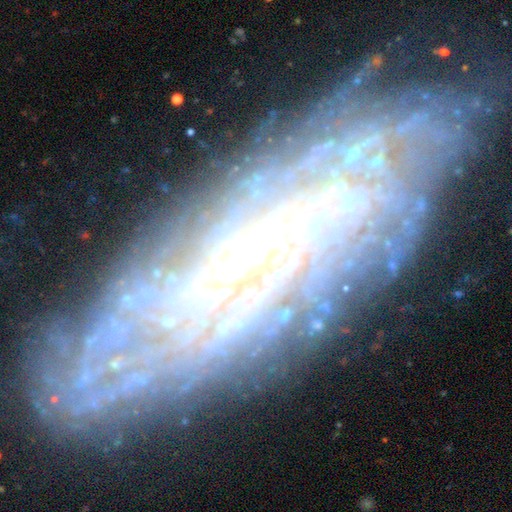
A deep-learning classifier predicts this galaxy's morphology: The model was most divided on "bar": no: 59%, weak: 29%, strong: 12%. More confident: spiral arms — yes (81%); edge-on disk — no (81%); smooth or featured — featured or disk (75%); merging — none (74%); bulge size — small (65%).